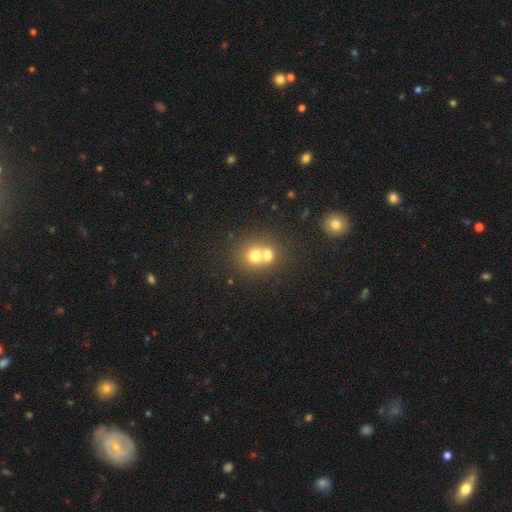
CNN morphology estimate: smooth_or_featured: smooth (p=0.68) [alt: featured or disk p=0.19]
how_rounded: round (p=0.77) [alt: in between p=0.22]
merging: merger (p=0.63) [alt: none p=0.29]